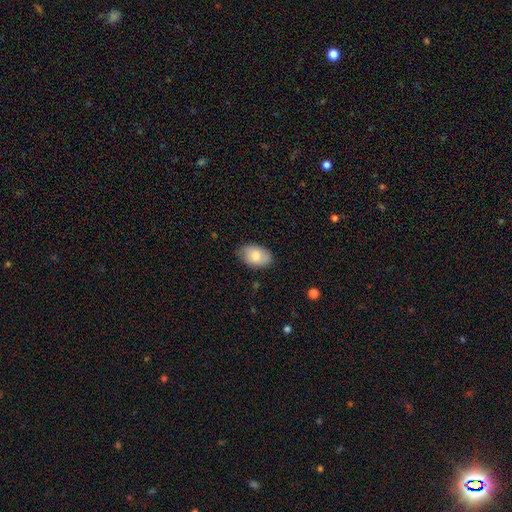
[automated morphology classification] This appears to be a smooth galaxy with no disk features (77%) that is in between round and cigar-shaped (90%). Merging: none (81%).